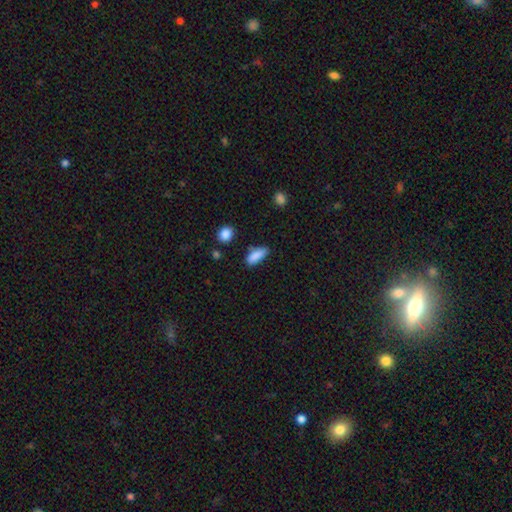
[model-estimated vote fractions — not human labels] Smooth or featured? Predicted: smooth (p=0.87). How rounded? Predicted: in between (p=0.69). Merging? Predicted: none (p=0.70).